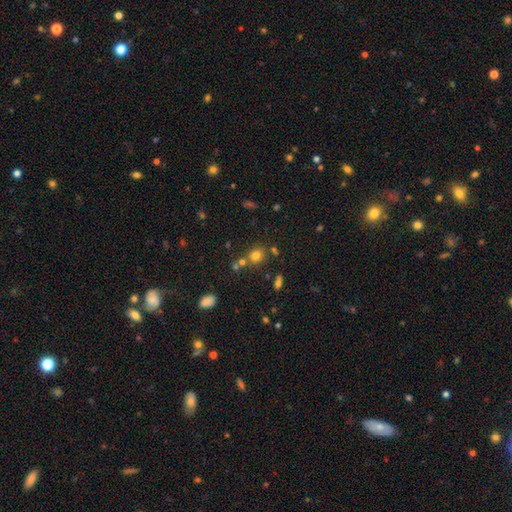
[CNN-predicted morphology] The model was most divided on "merging": none: 67%, merger: 19%, minor disturbance: 11%, major disturbance: 4%. More confident: how rounded — round (74%); smooth or featured — smooth (73%).